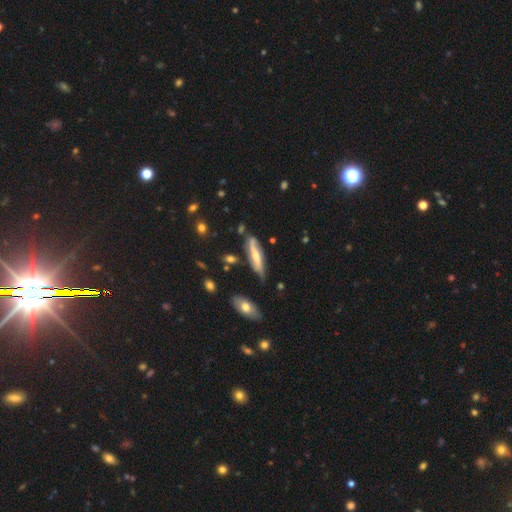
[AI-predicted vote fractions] Smooth or featured?
  - featured or disk: 61% *
  - smooth: 33%
  - star or artifact: 6%
Edge-on disk?
  - no: 64% *
  - yes: 36%
Merging?
  - none: 61% *
  - minor disturbance: 26%
  - major disturbance: 7%
  - merger: 6%